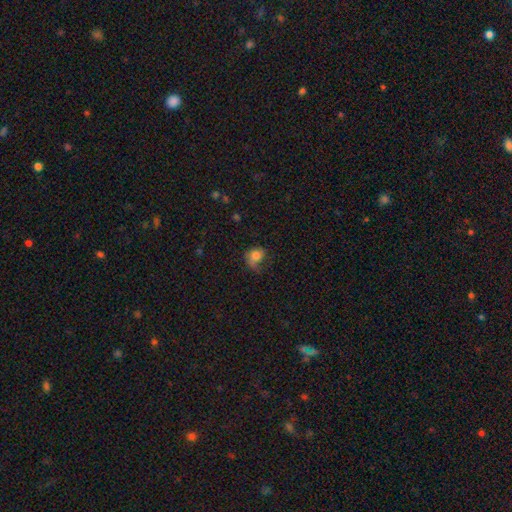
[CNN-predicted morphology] A smooth galaxy with no disk features (75%) that is round (50%). Merging: none (39%).